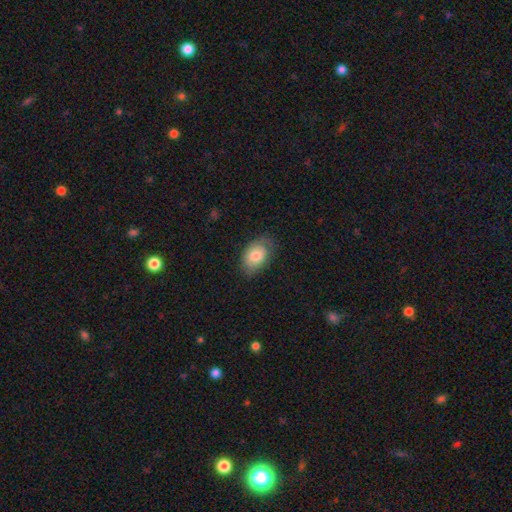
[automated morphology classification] type=smooth (71%); roundness=in between (85%); merging=none (70%).